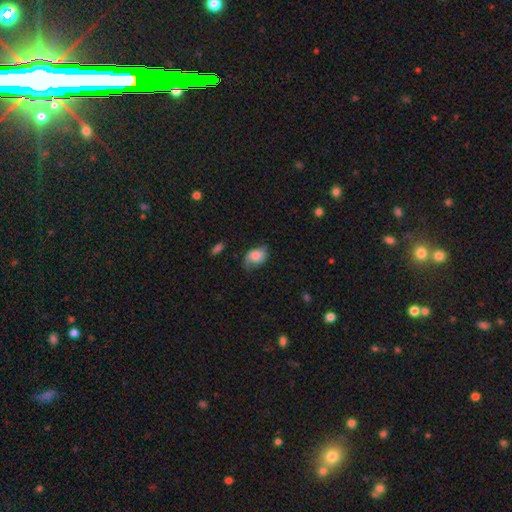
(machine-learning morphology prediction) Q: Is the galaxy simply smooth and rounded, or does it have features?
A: smooth — 65%.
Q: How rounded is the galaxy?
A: in between — 76%.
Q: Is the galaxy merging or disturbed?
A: none — 48%.